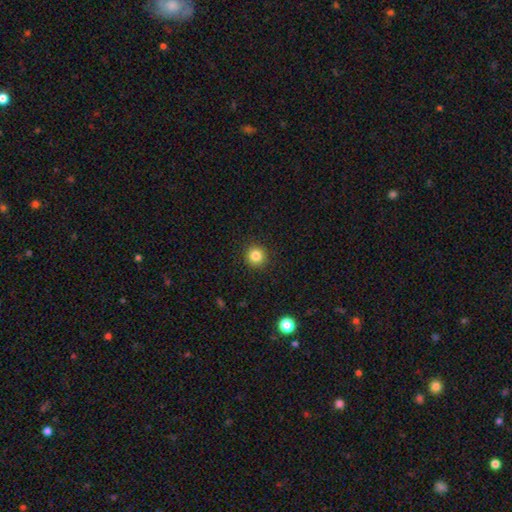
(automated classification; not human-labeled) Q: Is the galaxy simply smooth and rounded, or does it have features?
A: smooth — 84%.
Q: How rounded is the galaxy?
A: round — 94%.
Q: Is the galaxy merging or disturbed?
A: none — 92%.